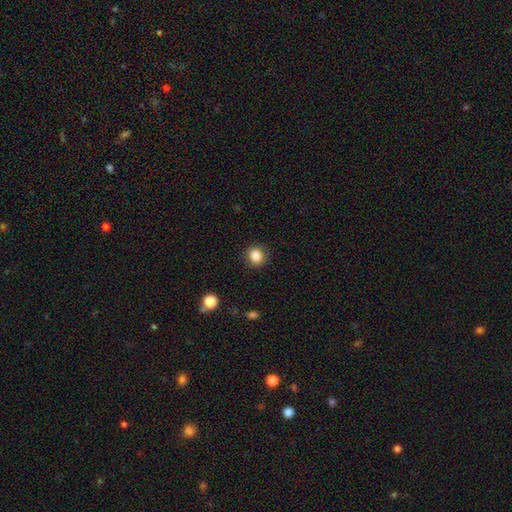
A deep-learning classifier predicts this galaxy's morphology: Overall: smooth (85%). How rounded: round (85%). Merging: none (89%).